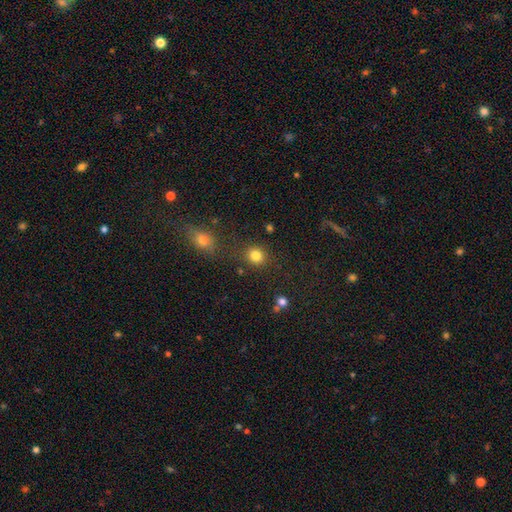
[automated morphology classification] type=smooth (83%); roundness=round (82%); merging=none (82%).